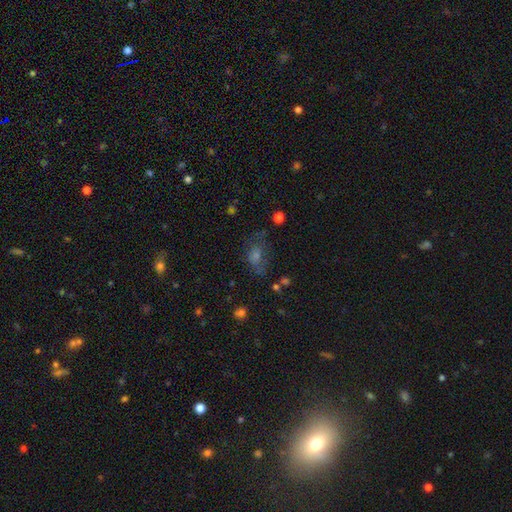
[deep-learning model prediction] Smooth or featured: smooth — 40% (featured or disk — 31%)
Merging: none — 58% (minor disturbance — 22%)